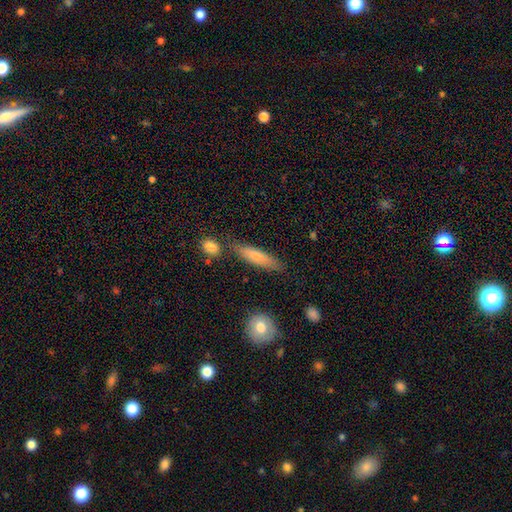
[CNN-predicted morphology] This is likely a smooth galaxy (67%). How rounded: likely cigar-shaped (76%). Merging: likely none (76%).